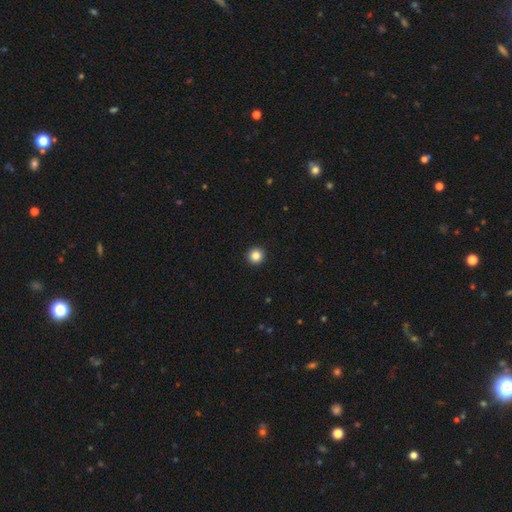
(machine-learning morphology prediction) type=smooth (85%); roundness=round (96%); merging=none (94%).